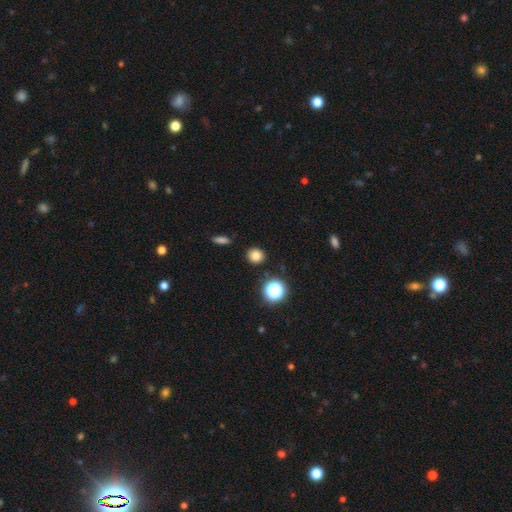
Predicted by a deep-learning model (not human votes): Smooth or featured: smooth — 81% (star or artifact — 14%)
How rounded: round — 83% (in between — 16%)
Merging: none — 90% (minor disturbance — 6%)